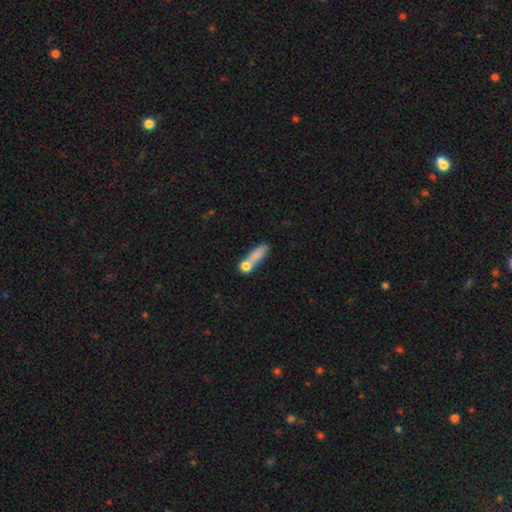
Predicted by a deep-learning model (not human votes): This is likely a smooth galaxy (74%). How rounded: possibly cigar-shaped (49%). Merging: marginally merger (37%).